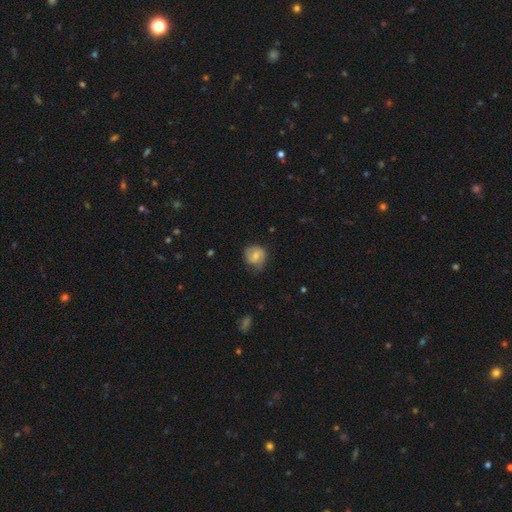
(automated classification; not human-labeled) Smooth or featured? Predicted: smooth (p=0.52). How rounded? Predicted: round (p=0.76). Merging? Predicted: none (p=0.60).